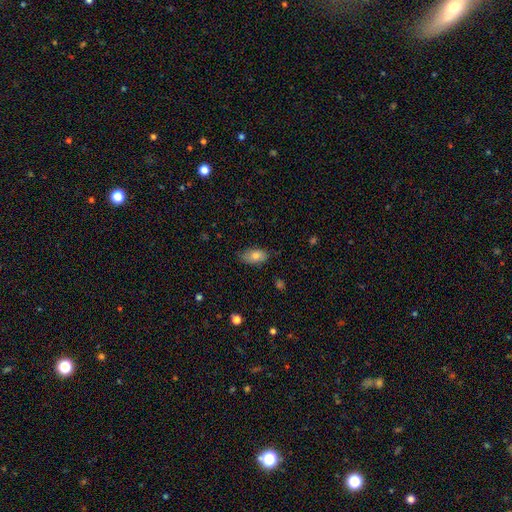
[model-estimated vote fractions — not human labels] Smooth or featured?
  - smooth: 79% *
  - featured or disk: 13%
  - star or artifact: 8%
How rounded?
  - in between: 91% *
  - round: 5%
  - cigar-shaped: 3%
Merging?
  - none: 73% *
  - minor disturbance: 22%
  - major disturbance: 4%
  - merger: 1%